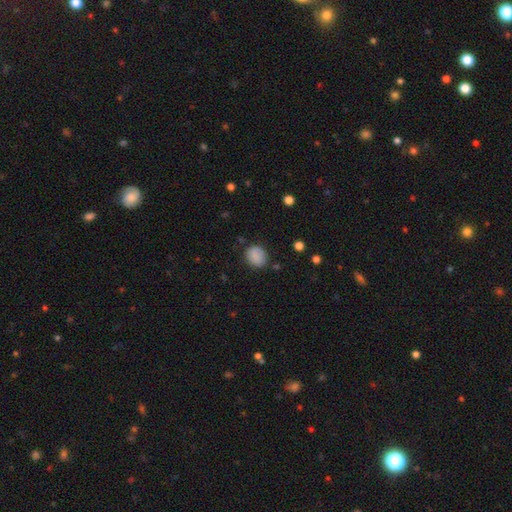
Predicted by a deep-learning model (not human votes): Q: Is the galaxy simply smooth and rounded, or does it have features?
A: smooth — 86%.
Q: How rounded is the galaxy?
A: round — 70%.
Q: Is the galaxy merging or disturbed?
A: none — 81%.